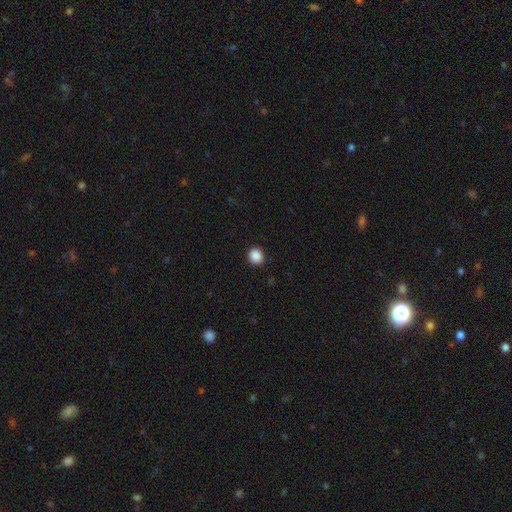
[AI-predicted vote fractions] Overall: smooth (88%). How rounded: round (82%). Merging: none (92%).